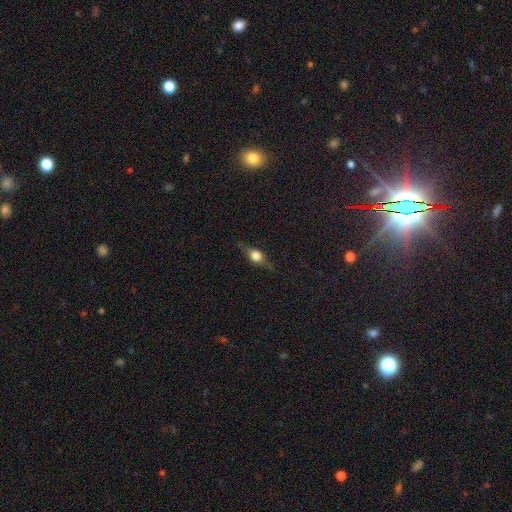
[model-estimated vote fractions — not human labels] Smooth or featured? Predicted: featured or disk (p=0.45). Merging? Predicted: none (p=0.76).